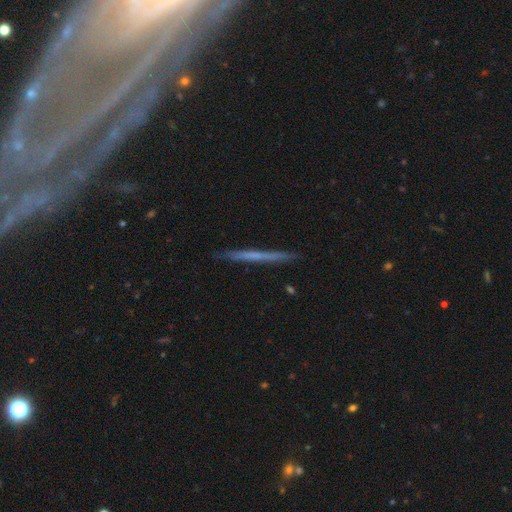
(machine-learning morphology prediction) Q: Smooth or featured?
A: featured or disk (49%); runner-up: smooth (45%)
Q: Merging?
A: none (90%); runner-up: minor disturbance (7%)